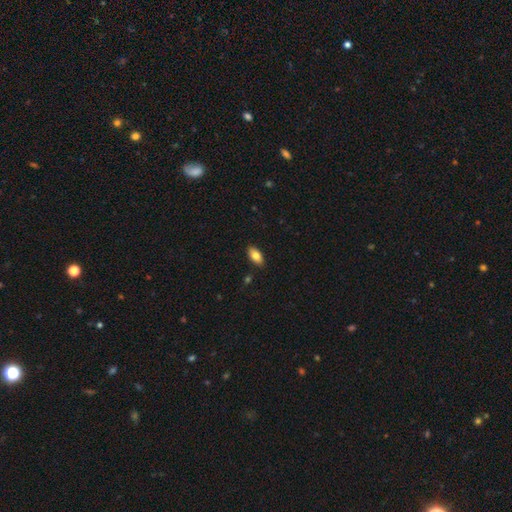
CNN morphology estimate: Q: Smooth or featured?
A: smooth (80%); runner-up: featured or disk (13%)
Q: How rounded?
A: in between (92%); runner-up: cigar-shaped (4%)
Q: Merging?
A: none (88%); runner-up: minor disturbance (9%)